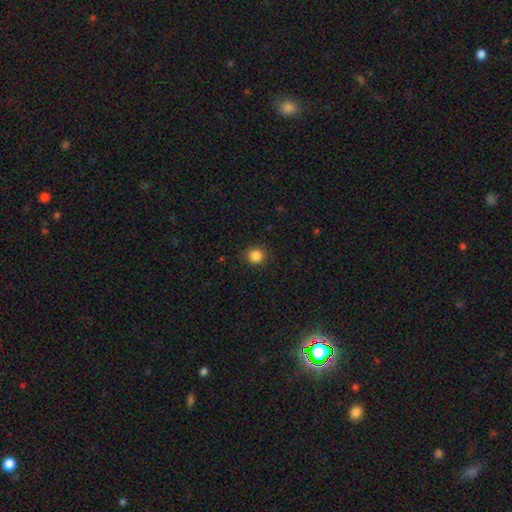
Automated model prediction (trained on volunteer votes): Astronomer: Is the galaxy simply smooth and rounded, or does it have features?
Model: smooth — 86%.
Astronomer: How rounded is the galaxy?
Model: round — 93%.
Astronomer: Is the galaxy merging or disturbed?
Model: none — 91%.